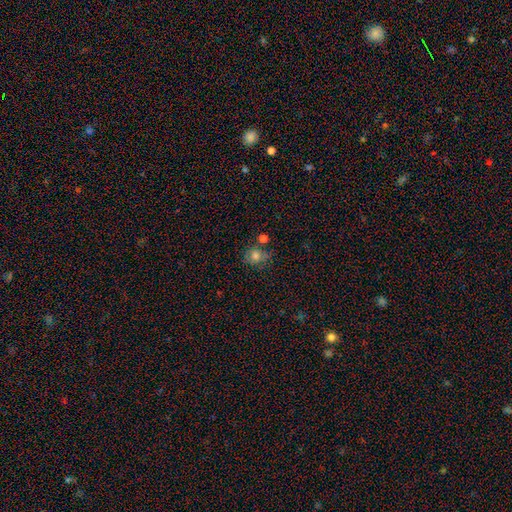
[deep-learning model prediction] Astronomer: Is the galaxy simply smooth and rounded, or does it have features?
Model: smooth — 72%.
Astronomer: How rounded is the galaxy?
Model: round — 75%.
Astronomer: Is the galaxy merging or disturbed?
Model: none — 63%.